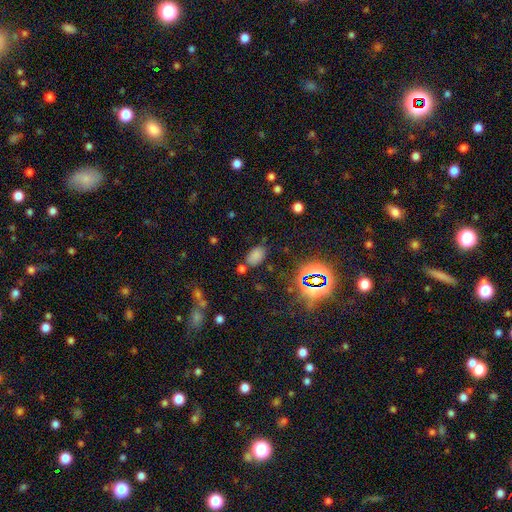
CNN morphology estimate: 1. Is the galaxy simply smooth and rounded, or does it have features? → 71% smooth, 23% star or artifact, 7% featured or disk.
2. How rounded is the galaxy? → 91% in between, 8% round, 2% cigar-shaped.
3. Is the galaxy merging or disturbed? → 73% none, 14% minor disturbance, 8% merger, 5% major disturbance.